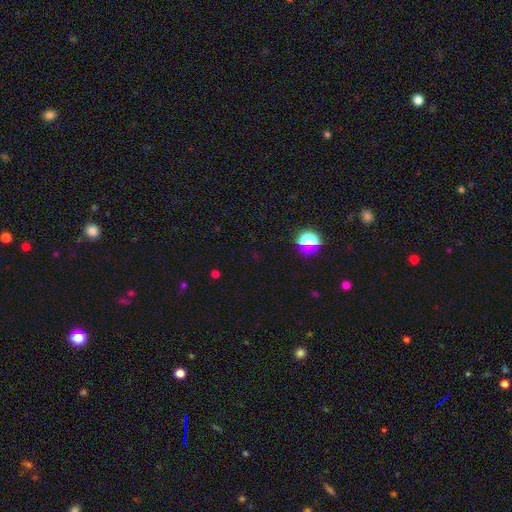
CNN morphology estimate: Q: Smooth or featured?
A: star or artifact (64%); runner-up: smooth (28%)